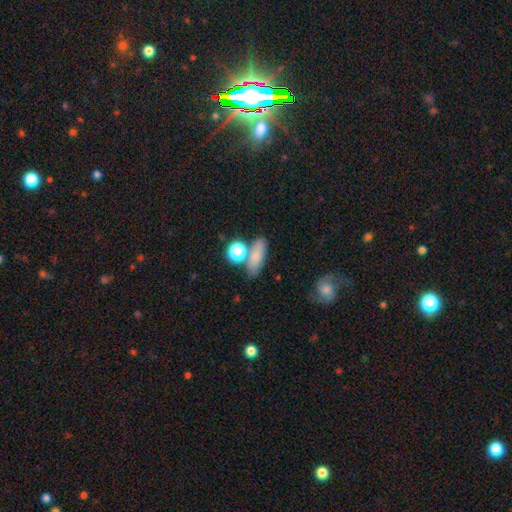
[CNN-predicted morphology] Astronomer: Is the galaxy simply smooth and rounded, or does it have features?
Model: smooth — 76%.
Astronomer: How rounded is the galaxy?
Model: in between — 60%.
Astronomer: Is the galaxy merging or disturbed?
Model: none — 67%.